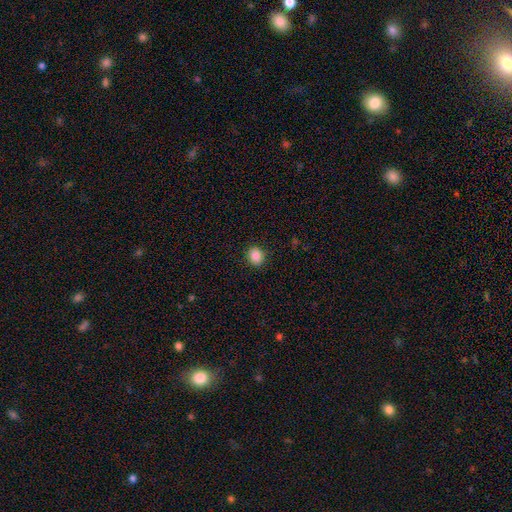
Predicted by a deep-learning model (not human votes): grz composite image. It shows a smooth galaxy with no disk features (87%) that is round (67%). Merging: none (89%).